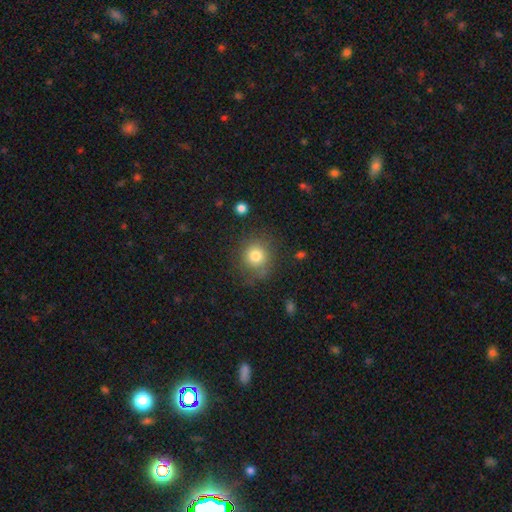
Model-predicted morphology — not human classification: smooth 79%, star or artifact 11%, featured or disk 9%. Down the decision tree: how rounded — round (87%); merging — none (77%).